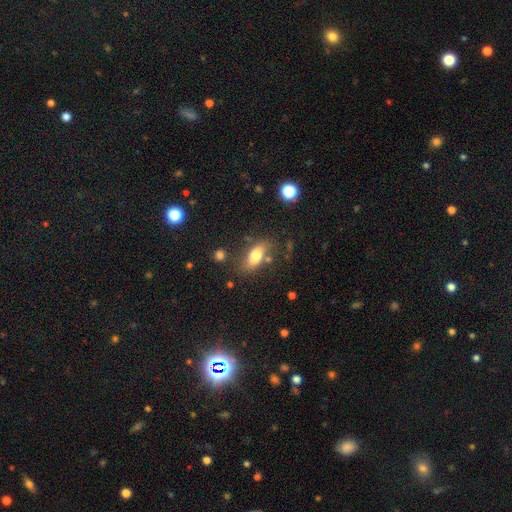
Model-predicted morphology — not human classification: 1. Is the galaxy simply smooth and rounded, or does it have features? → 73% smooth, 19% featured or disk, 8% star or artifact.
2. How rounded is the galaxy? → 81% in between, 15% cigar-shaped, 5% round.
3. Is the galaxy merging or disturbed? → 70% none, 17% minor disturbance, 7% merger, 6% major disturbance.